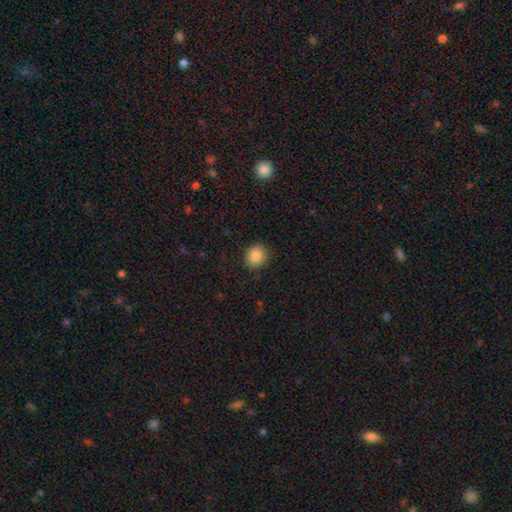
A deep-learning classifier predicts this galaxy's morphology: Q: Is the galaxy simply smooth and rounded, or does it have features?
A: smooth — 87%.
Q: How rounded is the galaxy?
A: round — 67%.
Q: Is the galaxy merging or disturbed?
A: none — 87%.